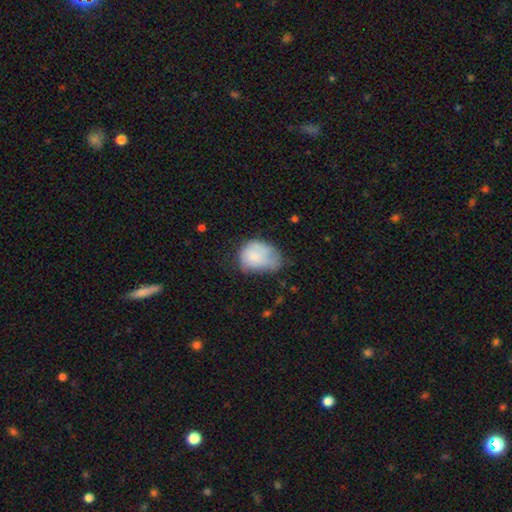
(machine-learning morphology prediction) This appears to be a smooth galaxy with no disk features (69%) that is in between round and cigar-shaped (60%). Merging: minor disturbance (39%).